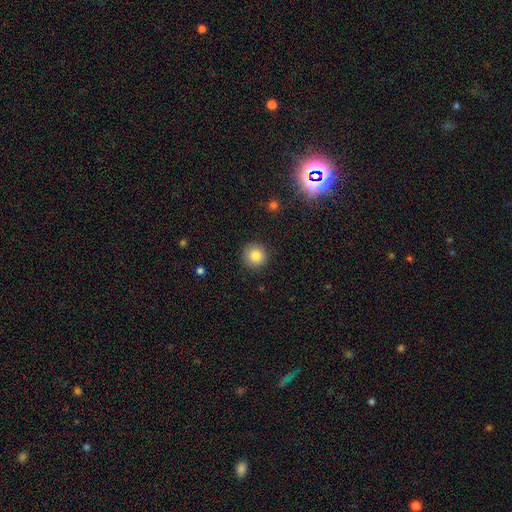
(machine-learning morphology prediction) This is clearly a smooth galaxy (83%). How rounded: clearly round (95%). Merging: clearly none (91%).